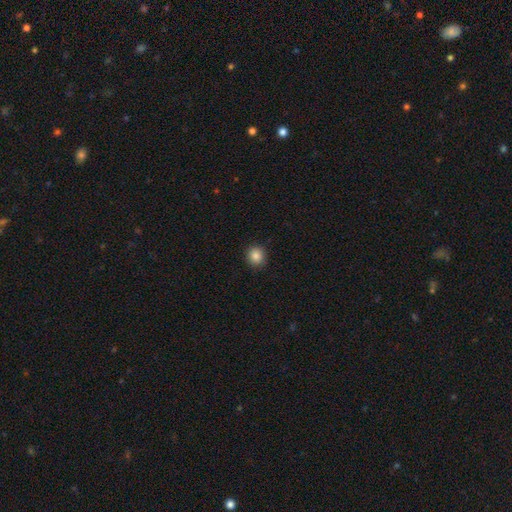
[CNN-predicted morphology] Smooth or featured? Predicted: smooth (p=0.86). How rounded? Predicted: round (p=0.86). Merging? Predicted: none (p=0.91).